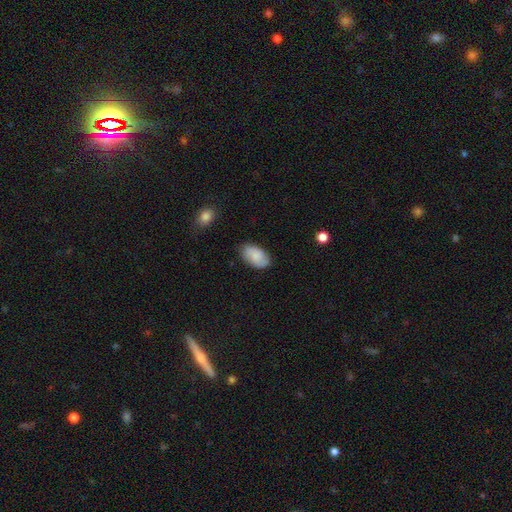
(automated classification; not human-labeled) A smooth galaxy with no disk features (80%) that is in between round and cigar-shaped (94%). Merging: none (82%).